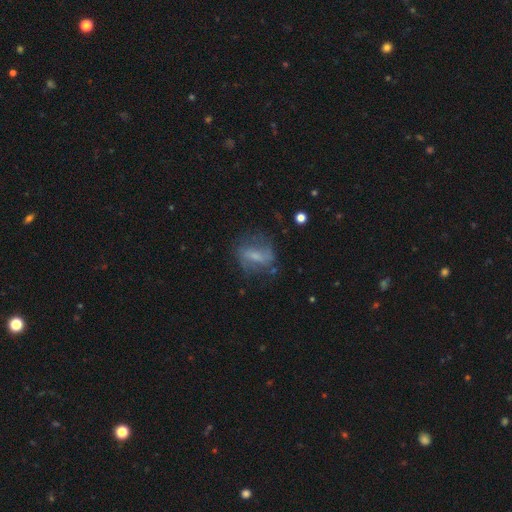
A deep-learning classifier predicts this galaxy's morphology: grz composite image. It shows a featured or disk galaxy (53%). Merging: none (60%).